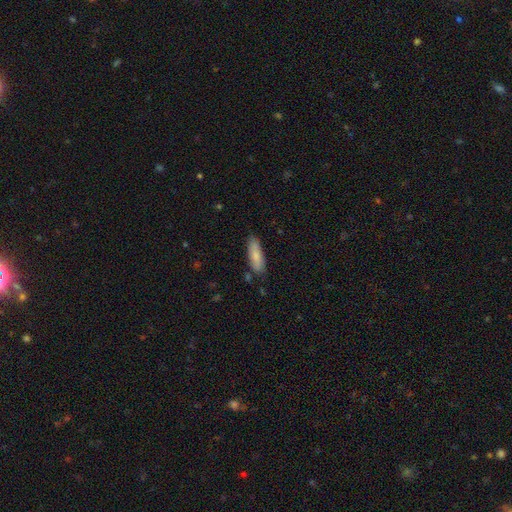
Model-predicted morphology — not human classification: This appears to be a smooth galaxy with no disk features (80%) that is in between round and cigar-shaped (51%). Merging: none (79%).